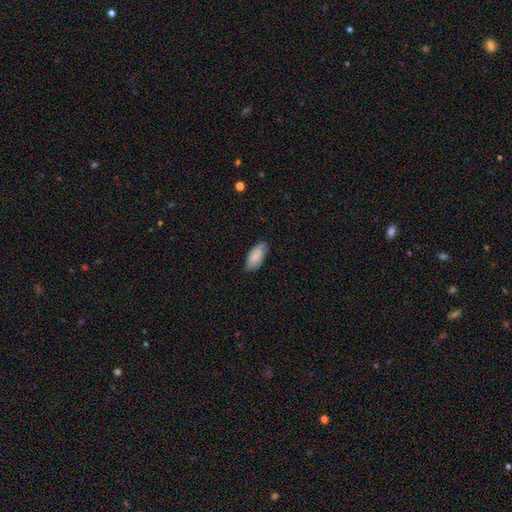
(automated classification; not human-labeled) The model was most divided on "merging": none: 76%, minor disturbance: 20%, major disturbance: 3%, merger: 1%. More confident: how rounded — in between (91%); smooth or featured — smooth (82%).